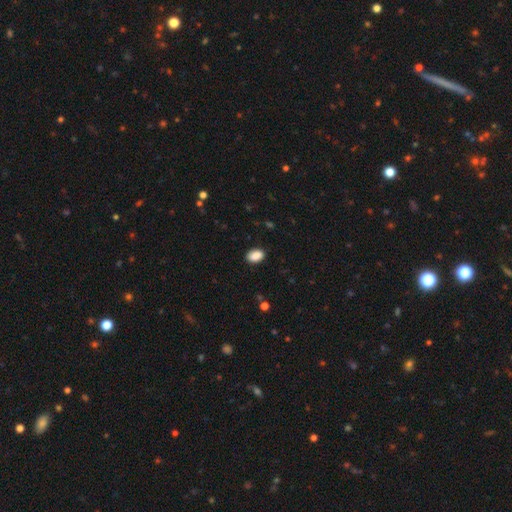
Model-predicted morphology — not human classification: smooth_or_featured: smooth (p=0.89) [alt: star or artifact p=0.08]
how_rounded: in between (p=0.85) [alt: round p=0.14]
merging: none (p=0.88) [alt: minor disturbance p=0.09]